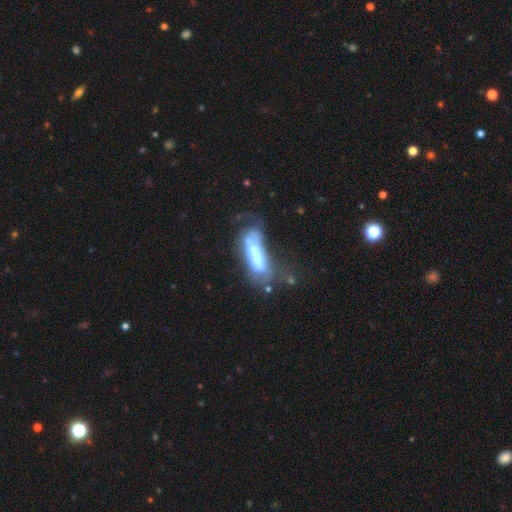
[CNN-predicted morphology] Overall: smooth (49%; featured or disk 42%). Merging: major disturbance (32%; none 25%).